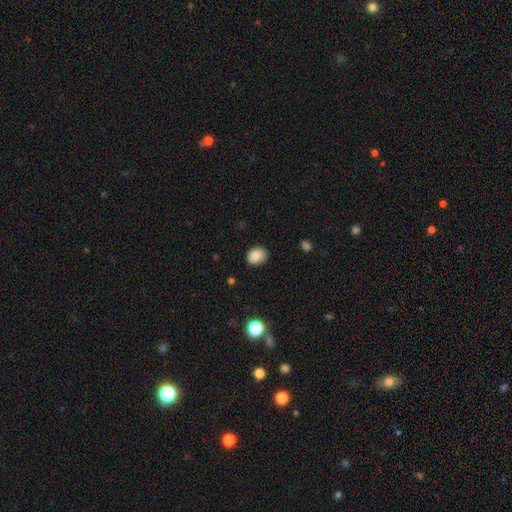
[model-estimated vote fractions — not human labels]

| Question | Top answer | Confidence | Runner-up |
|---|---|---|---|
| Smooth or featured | smooth | 86% | star or artifact (9%) |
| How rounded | in between | 57% | round (42%) |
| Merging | none | 82% | minor disturbance (14%) |